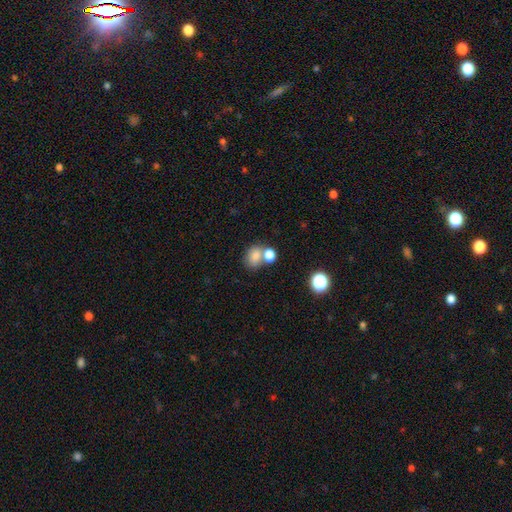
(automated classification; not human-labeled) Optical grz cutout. It shows a smooth galaxy with no disk features (79%) that is in between round and cigar-shaped (54%). Merging: none (43%).